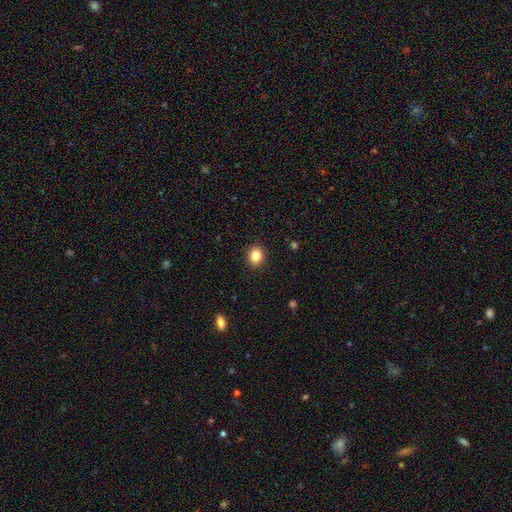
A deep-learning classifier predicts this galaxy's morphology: type=smooth (85%); roundness=round (67%); merging=none (91%).